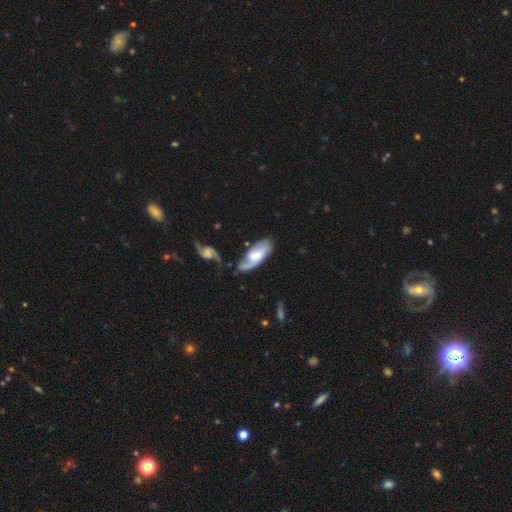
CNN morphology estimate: This is likely a featured or disk galaxy (68%). It is clearly not viewed edge-on (89%). Bar: possibly no (47%). Spiral arm pattern: clearly yes (91%). Spiral arm count: likely 2 (64%). Spiral winding: marginally medium (45%). Central bulge: marginally moderate (43%). Merging: possibly none (55%).